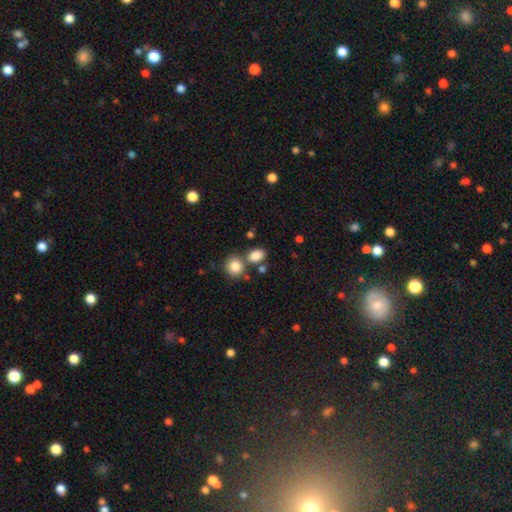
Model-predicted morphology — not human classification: Q: Smooth or featured?
A: smooth (85%); runner-up: star or artifact (10%)
Q: How rounded?
A: in between (68%); runner-up: round (31%)
Q: Merging?
A: none (62%); runner-up: merger (22%)